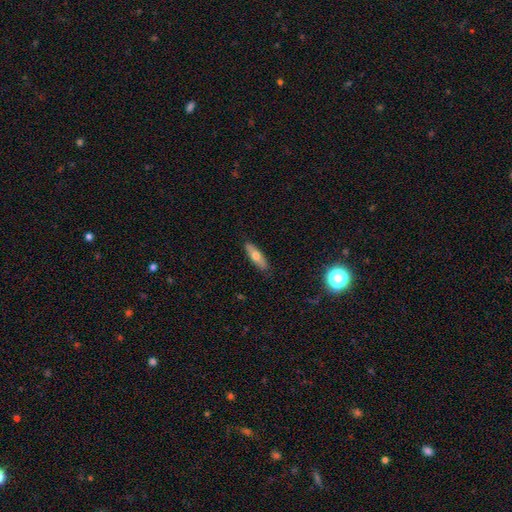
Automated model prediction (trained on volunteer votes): Smooth or featured: smooth — 62% (featured or disk — 32%)
How rounded: cigar-shaped — 53% (in between — 44%)
Merging: none — 87% (minor disturbance — 10%)